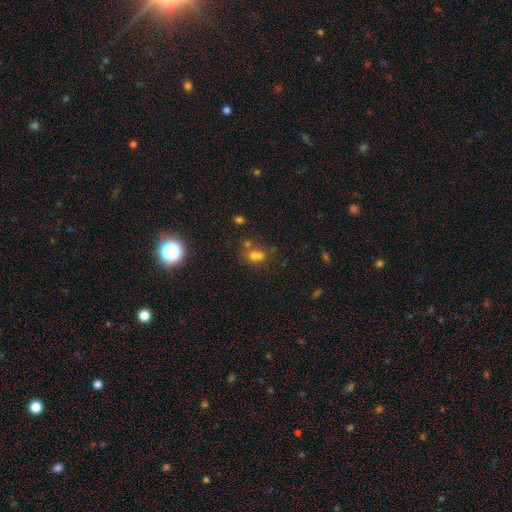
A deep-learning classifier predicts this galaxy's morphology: Q: Smooth or featured?
A: smooth (60%); runner-up: star or artifact (22%)
Q: How rounded?
A: round (61%); runner-up: in between (38%)
Q: Merging?
A: merger (49%); runner-up: none (35%)